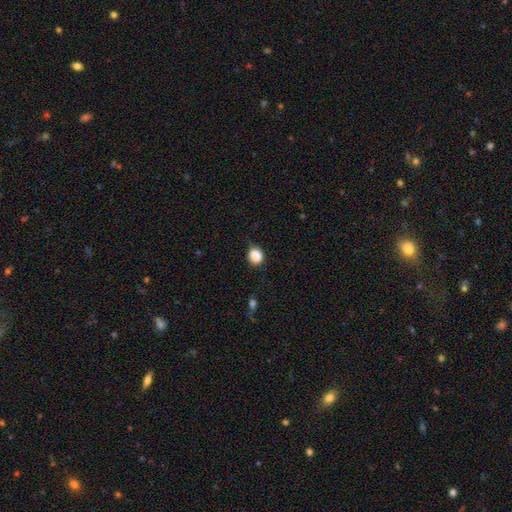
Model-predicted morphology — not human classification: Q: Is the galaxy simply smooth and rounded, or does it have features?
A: smooth — 86%.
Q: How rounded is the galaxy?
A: round — 75%.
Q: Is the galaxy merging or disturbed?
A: none — 69%.